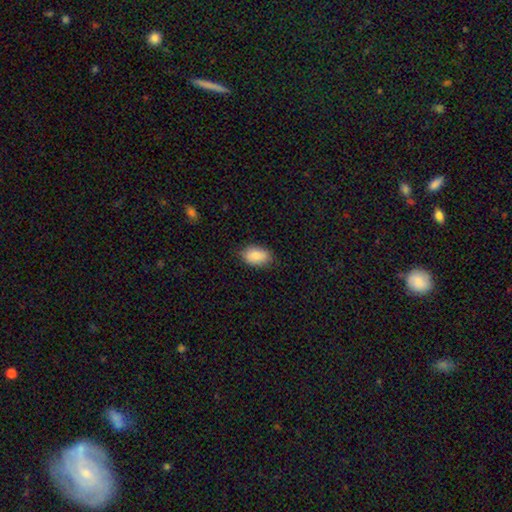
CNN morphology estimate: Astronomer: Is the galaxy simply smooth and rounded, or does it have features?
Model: smooth — 87%.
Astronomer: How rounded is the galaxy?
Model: in between — 90%.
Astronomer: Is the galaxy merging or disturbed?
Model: none — 82%.